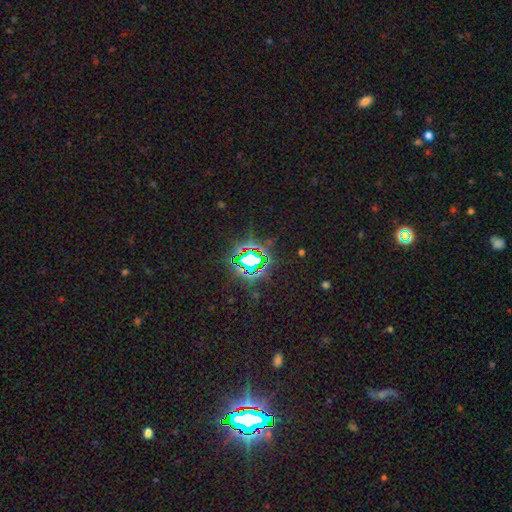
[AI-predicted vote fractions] A star or artifact, not a galaxy (80%).

Vote fractions:
- Smooth or featured? star or artifact: 80% / smooth: 12% / featured or disk: 9%